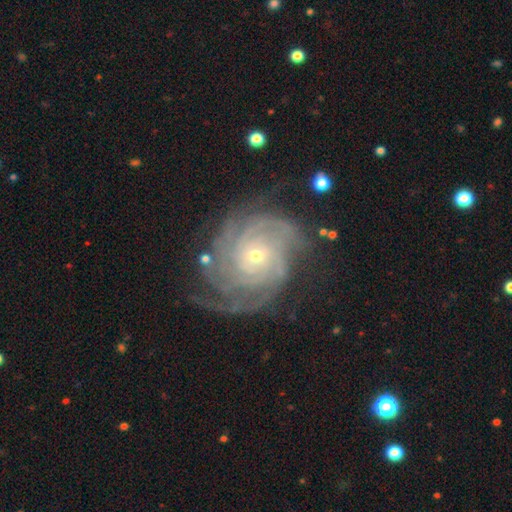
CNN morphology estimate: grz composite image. It shows a featured or disk galaxy (89%) with no bar (72%), 4 (25%) tight (75%) spiral arms (97%) and a small central bulge (70%). Merging: none (66%).